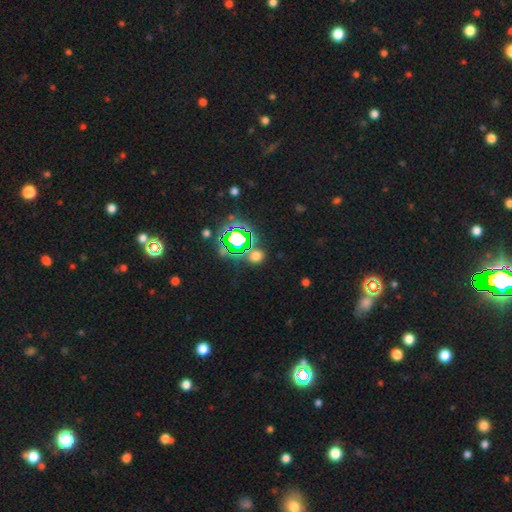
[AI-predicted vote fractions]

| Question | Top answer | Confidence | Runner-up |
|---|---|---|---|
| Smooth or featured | smooth | 52% | star or artifact (41%) |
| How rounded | round | 76% | in between (22%) |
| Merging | none | 78% | minor disturbance (10%) |